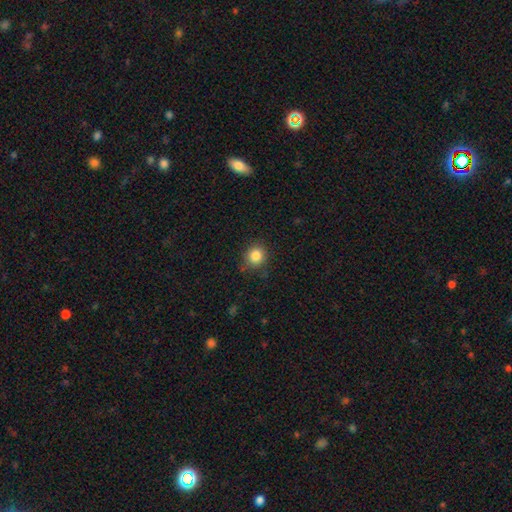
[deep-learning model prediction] The model was most divided on "how rounded": round: 81%, in between: 18%, cigar-shaped: 1%. More confident: smooth or featured — smooth (85%); merging — none (82%).